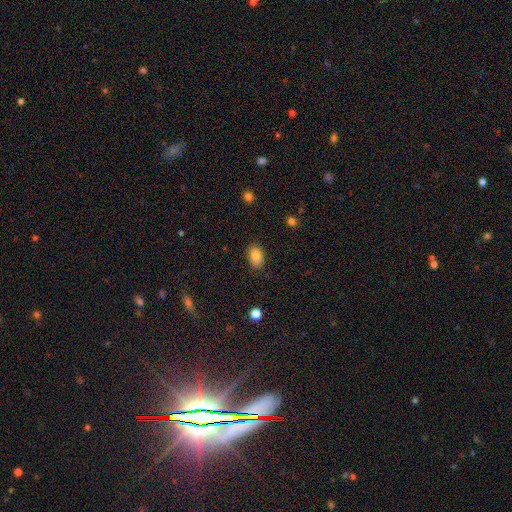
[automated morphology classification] This appears to be a smooth galaxy with no disk features (83%) that is in between round and cigar-shaped (84%). Merging: none (84%).